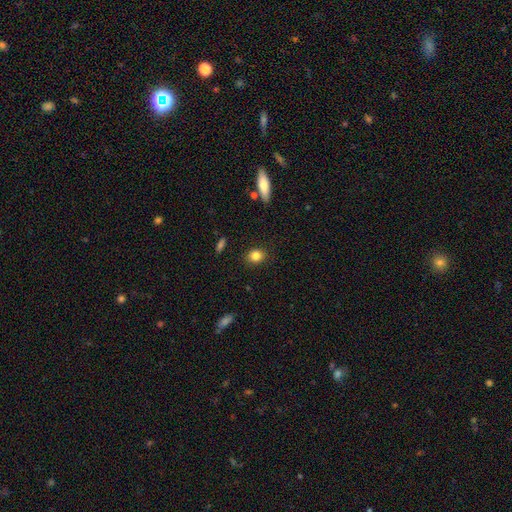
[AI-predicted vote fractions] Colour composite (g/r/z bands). It shows a smooth galaxy with no disk features (84%) that is round (62%). Merging: none (88%).